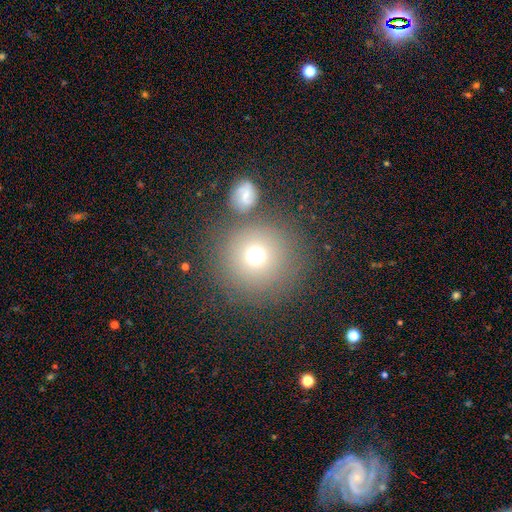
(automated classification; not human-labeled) Q: Smooth or featured?
A: smooth (72%); runner-up: star or artifact (16%)
Q: How rounded?
A: round (93%); runner-up: in between (6%)
Q: Merging?
A: none (72%); runner-up: merger (14%)